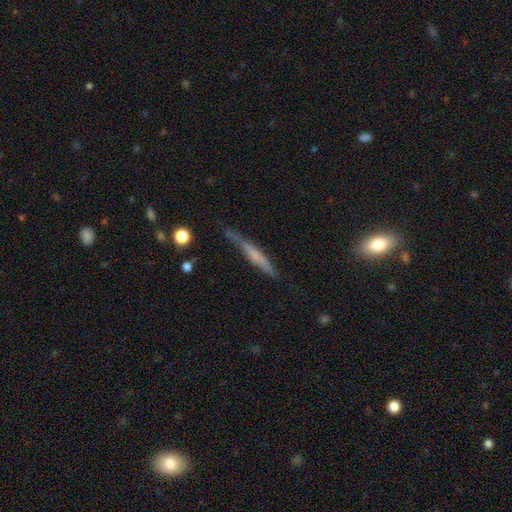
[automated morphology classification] Q: Smooth or featured?
A: featured or disk (49%); runner-up: smooth (44%)
Q: Merging?
A: none (68%); runner-up: minor disturbance (23%)